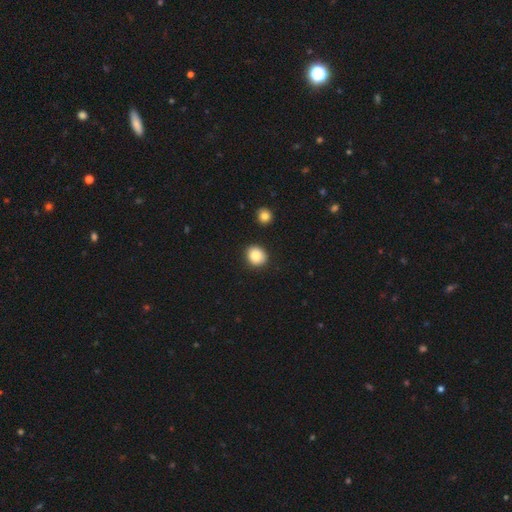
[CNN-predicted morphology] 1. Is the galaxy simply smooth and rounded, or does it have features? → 87% smooth, 9% star or artifact, 4% featured or disk.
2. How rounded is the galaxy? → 78% round, 21% in between, 1% cigar-shaped.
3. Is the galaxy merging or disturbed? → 88% none, 7% minor disturbance, 2% merger, 2% major disturbance.